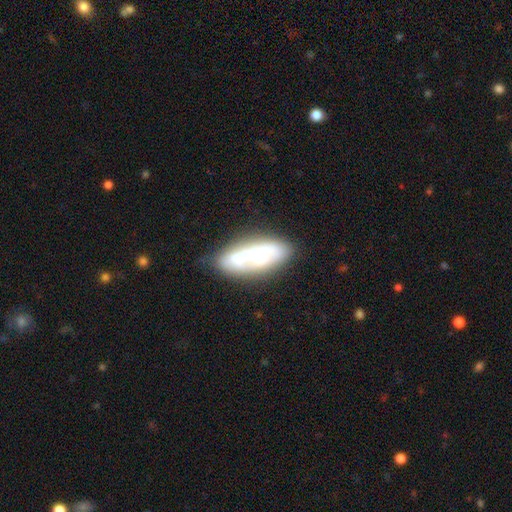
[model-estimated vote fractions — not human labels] smooth_or_featured: featured or disk (p=0.55) [alt: smooth p=0.37]
disk_edge_on: no (p=0.82) [alt: yes p=0.18]
merging: none (p=0.51) [alt: minor disturbance p=0.22]